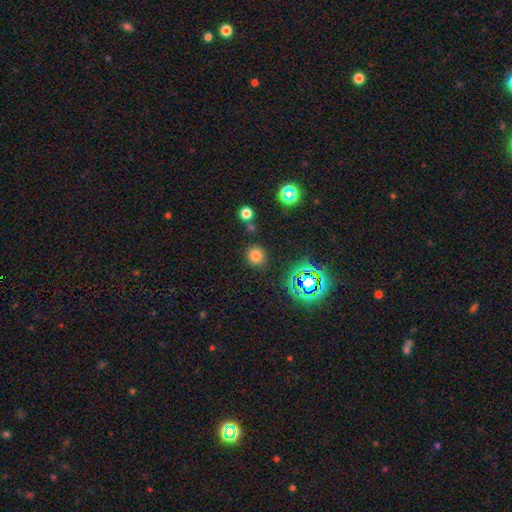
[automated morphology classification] type=smooth (73%); roundness=round (91%); merging=none (85%).